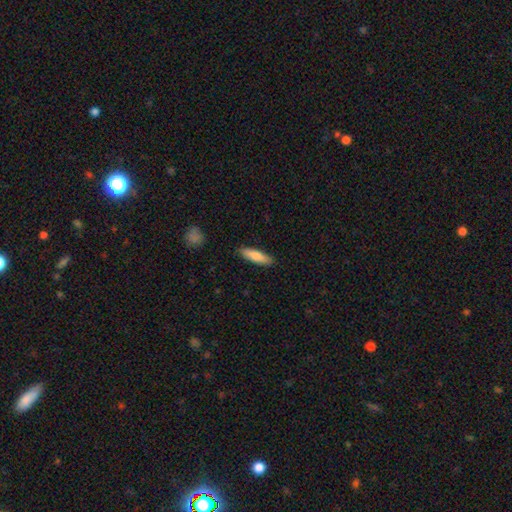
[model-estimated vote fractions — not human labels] Smooth or featured? smooth (79%)
How rounded? cigar-shaped (63%)
Merging? none (88%)